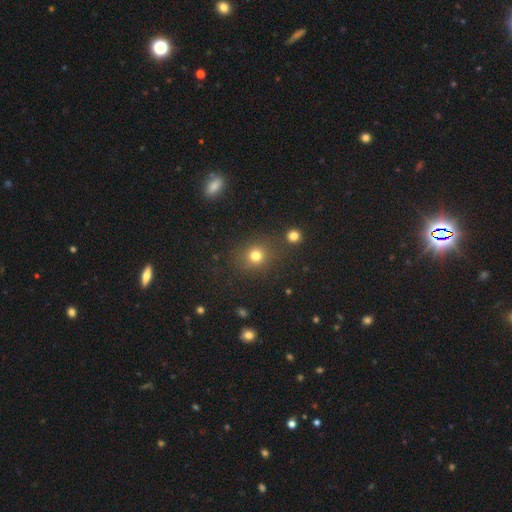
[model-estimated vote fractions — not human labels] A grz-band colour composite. It shows a smooth galaxy with no disk features (76%) that is round (81%). Merging: none (80%).